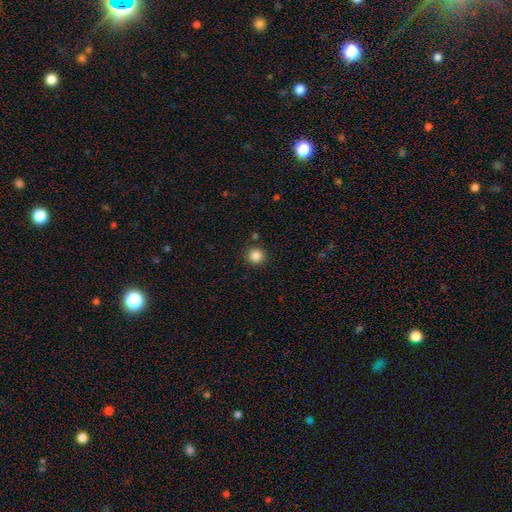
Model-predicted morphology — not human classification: A smooth galaxy with no disk features (85%) that is round (94%). Merging: none (89%).